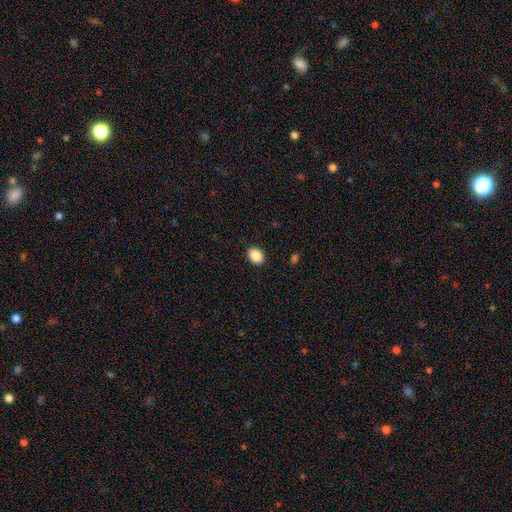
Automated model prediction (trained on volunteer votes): Smooth or featured? smooth (89%)
How rounded? in between (64%)
Merging? none (90%)